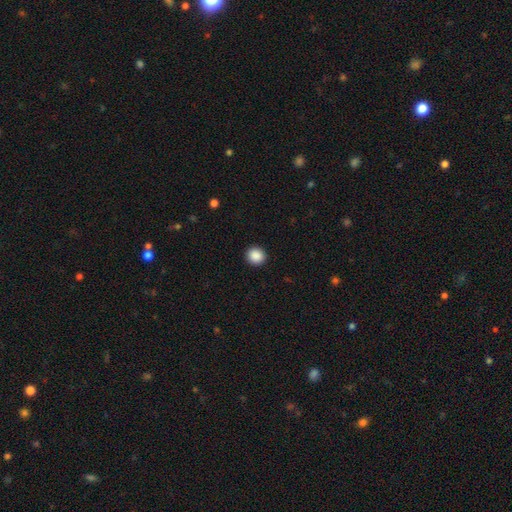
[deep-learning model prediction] Smooth or featured? Predicted: smooth (p=0.89). How rounded? Predicted: round (p=0.89). Merging? Predicted: none (p=0.92).